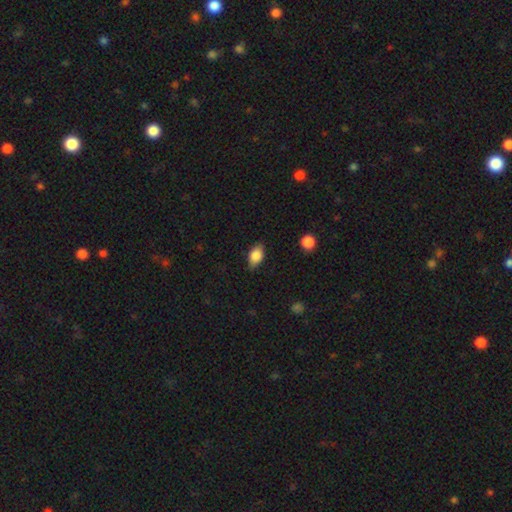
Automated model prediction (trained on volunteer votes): This is clearly a smooth galaxy (81%). How rounded: clearly in between (86%). Merging: likely none (78%).